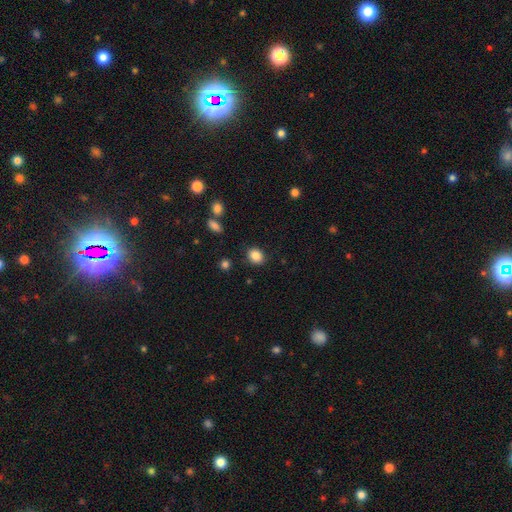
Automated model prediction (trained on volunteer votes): Smooth or featured: smooth — 87% (star or artifact — 9%)
How rounded: round — 53% (in between — 46%)
Merging: none — 86% (minor disturbance — 10%)